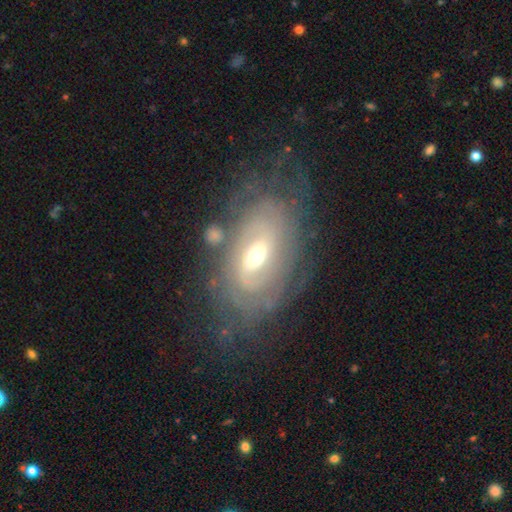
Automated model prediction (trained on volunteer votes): Smooth or featured?
  - featured or disk: 80% *
  - smooth: 13%
  - star or artifact: 7%
Edge-on disk?
  - no: 93% *
  - yes: 7%
Bar?
  - weak: 44% *
  - no: 36%
  - strong: 20%
Spiral arms?
  - yes: 85% *
  - no: 15%
Spiral winding?
  - tight: 73% *
  - medium: 20%
  - loose: 7%
Spiral arm count?
  - can't tell: 53% *
  - 2: 22%
  - 3: 9%
  - 4: 6%
  - more than 4: 5%
  - 1: 4%
Bulge size?
  - moderate: 56% *
  - small: 39%
  - large: 3%
  - dominant: 1%
  - none: 1%
Merging?
  - none: 69% *
  - minor disturbance: 18%
  - major disturbance: 9%
  - merger: 4%